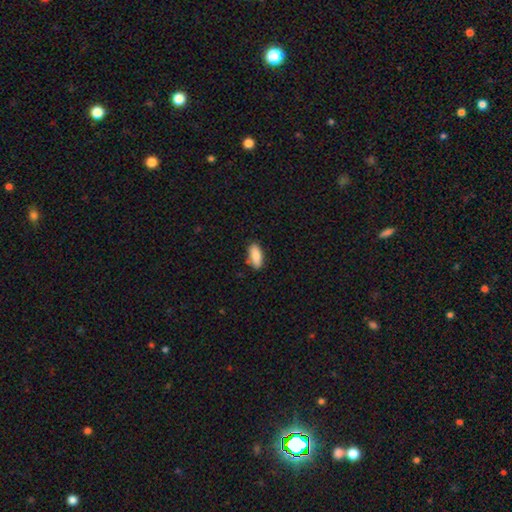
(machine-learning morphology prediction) This is clearly a smooth galaxy (85%). How rounded: clearly in between (83%). Merging: clearly none (81%).